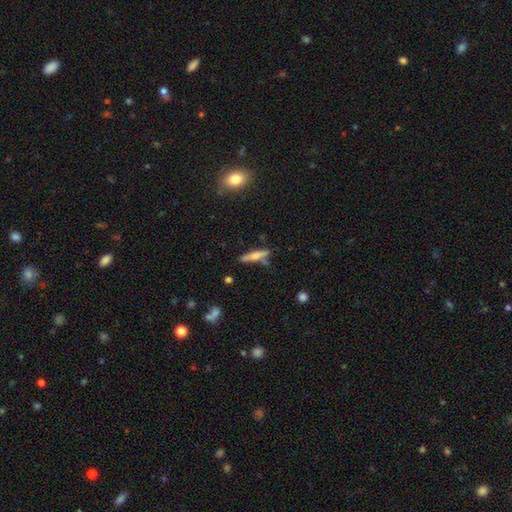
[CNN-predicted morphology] type=smooth (57%); roundness=cigar-shaped (83%); merging=none (72%).